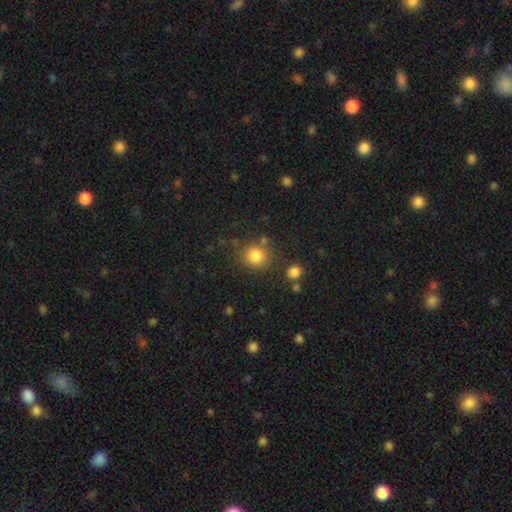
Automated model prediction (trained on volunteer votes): Morphology: type=smooth (83%); roundness=round (86%); merging=none (76%).